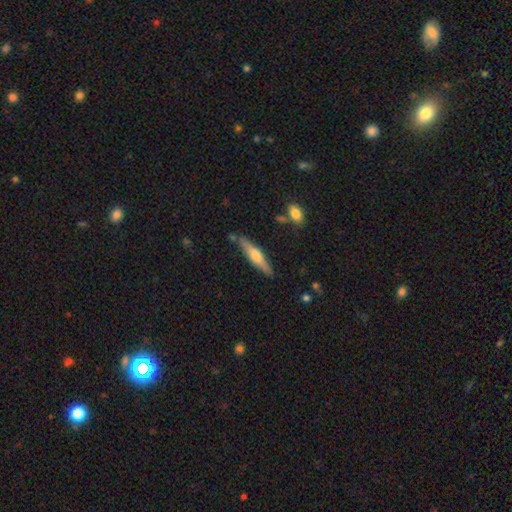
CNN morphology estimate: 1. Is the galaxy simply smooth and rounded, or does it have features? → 50% featured or disk, 44% smooth, 6% star or artifact.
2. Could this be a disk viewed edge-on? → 92% yes, 8% no.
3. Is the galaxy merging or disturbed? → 83% none, 12% minor disturbance, 3% merger, 2% major disturbance.